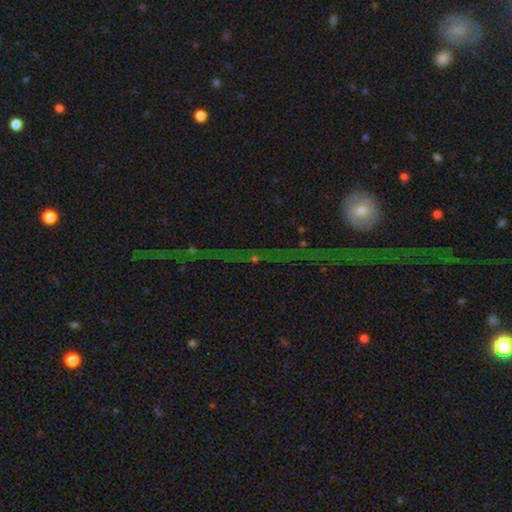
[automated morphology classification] smooth-or-featured: star or artifact: 69% | featured or disk: 17% | smooth: 13%